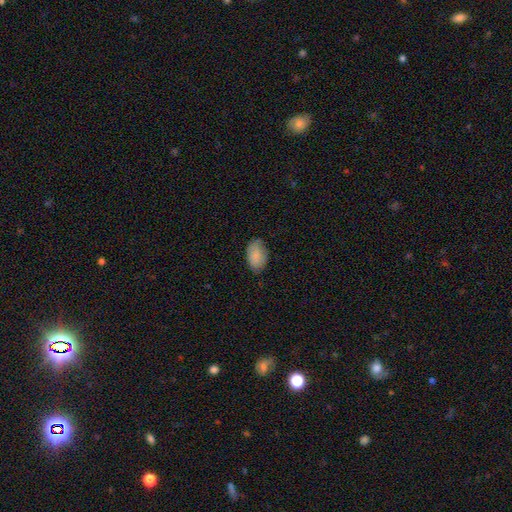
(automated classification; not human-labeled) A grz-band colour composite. It shows a smooth galaxy with no disk features (86%) that is in between round and cigar-shaped (93%). Merging: none (76%).